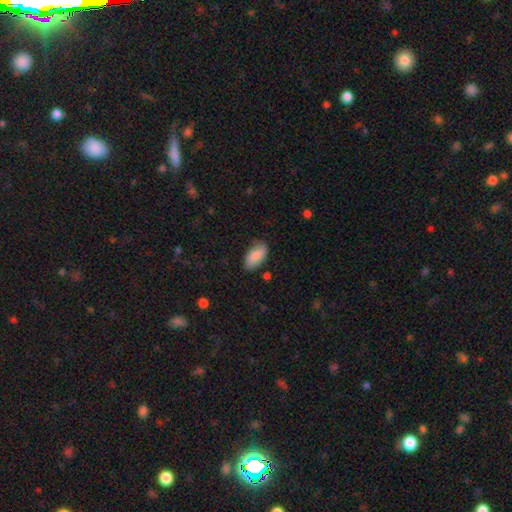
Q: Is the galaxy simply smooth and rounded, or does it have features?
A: smooth — 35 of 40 (88%).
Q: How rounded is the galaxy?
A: in between — 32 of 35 (91%).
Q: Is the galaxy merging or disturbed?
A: none — 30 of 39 (77%).